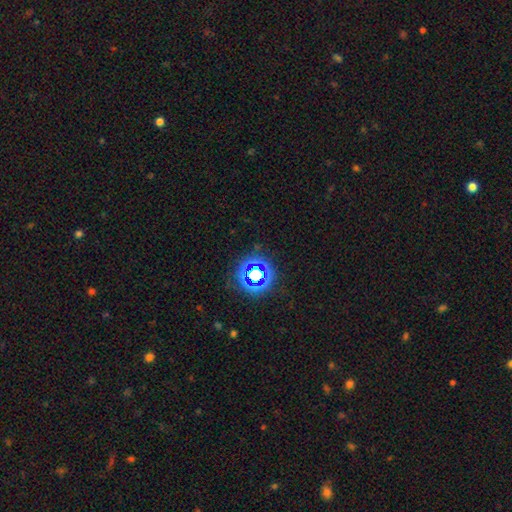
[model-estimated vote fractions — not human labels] The model was most divided on "smooth or featured": star or artifact: 64%, smooth: 30%, featured or disk: 6%.